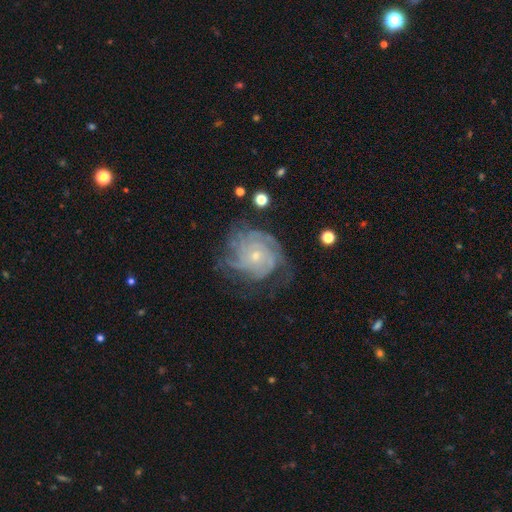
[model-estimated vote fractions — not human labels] smooth-or-featured: featured or disk: 76% | star or artifact: 13% | smooth: 11%
  disk-edge-on: no: 97% | yes: 3%
    bar: no: 79% | weak: 17% | strong: 4%
    has-spiral-arms: yes: 94% | no: 6%
      spiral-winding: tight: 69% | medium: 24% | loose: 6%
      spiral-arm-count: can't tell: 36% | 4: 19% | 3: 17% | 2: 11% | more than 4: 10% | 1: 7%
    bulge-size: small: 74% | moderate: 22% | none: 2% | large: 1% | dominant: 1%
  merging: none: 71% | minor disturbance: 17% | major disturbance: 10% | merger: 2%